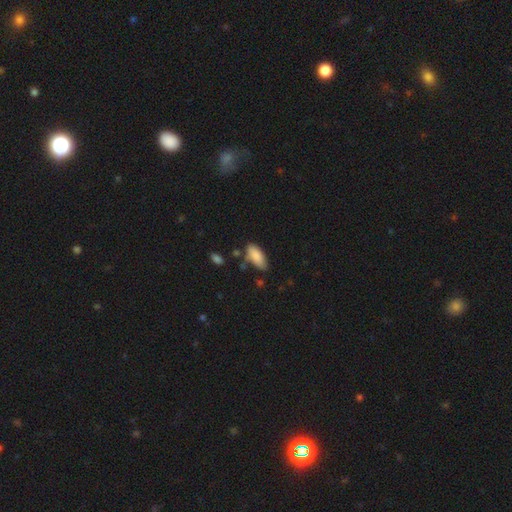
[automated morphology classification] Smooth or featured? Predicted: smooth (p=0.86). How rounded? Predicted: in between (p=0.85). Merging? Predicted: none (p=0.65).